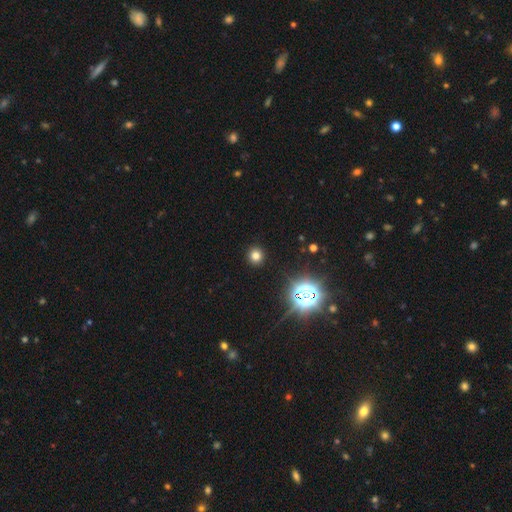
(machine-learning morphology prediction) smooth 73%, star or artifact 21%, featured or disk 6%. Down the decision tree: how rounded — round (92%); merging — none (92%).